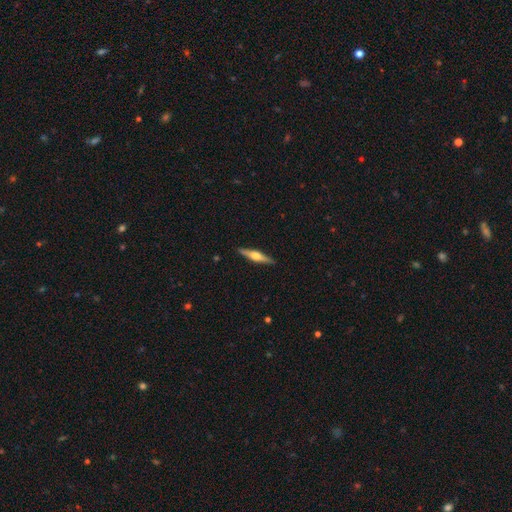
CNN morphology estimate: Smooth or featured? featured or disk (68%)
Edge-on disk? yes (97%)
Edge-on bulge? rounded (93%)
Merging? none (91%)